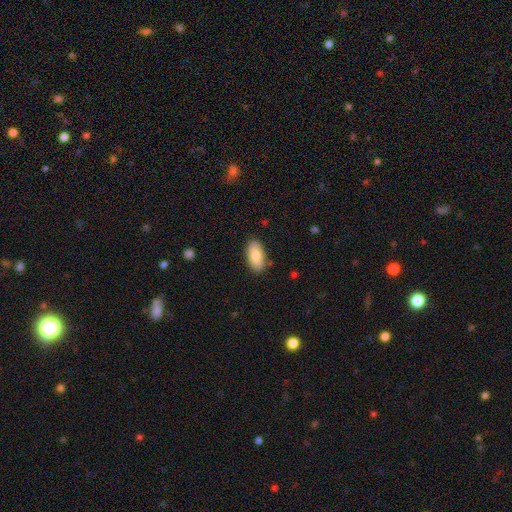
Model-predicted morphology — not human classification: Smooth or featured? smooth (82%)
How rounded? in between (92%)
Merging? none (87%)